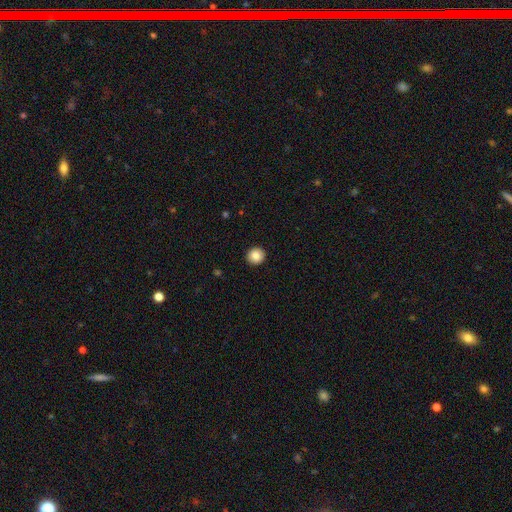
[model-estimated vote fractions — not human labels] Smooth or featured? smooth (87%)
How rounded? round (92%)
Merging? none (93%)